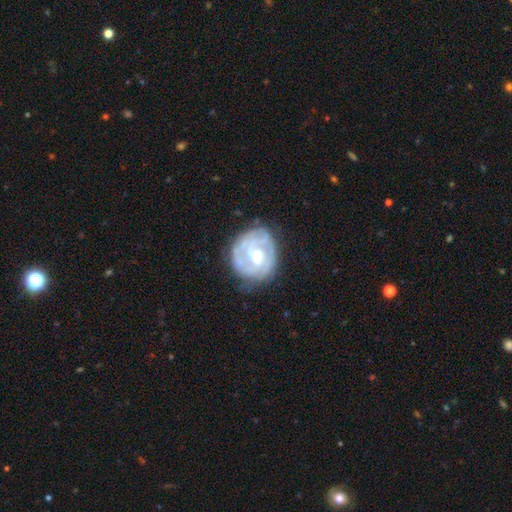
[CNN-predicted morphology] Smooth or featured? featured or disk (69%)
Edge-on disk? no (97%)
Bar? no (50%)
Spiral arms? yes (59%)
Bulge size? moderate (58%)
Merging? none (62%)